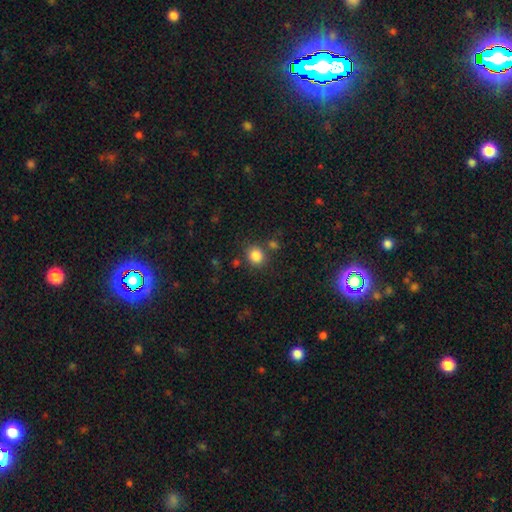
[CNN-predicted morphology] smooth_or_featured: smooth (p=0.85) [alt: star or artifact p=0.10]
how_rounded: round (p=0.75) [alt: in between p=0.24]
merging: none (p=0.77) [alt: minor disturbance p=0.10]